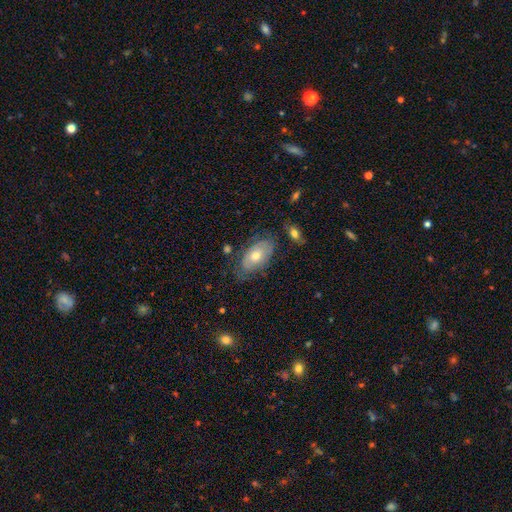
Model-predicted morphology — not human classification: Smooth or featured: smooth — 46% (tied with featured or disk — 46%)
Merging: none — 67% (minor disturbance — 22%)